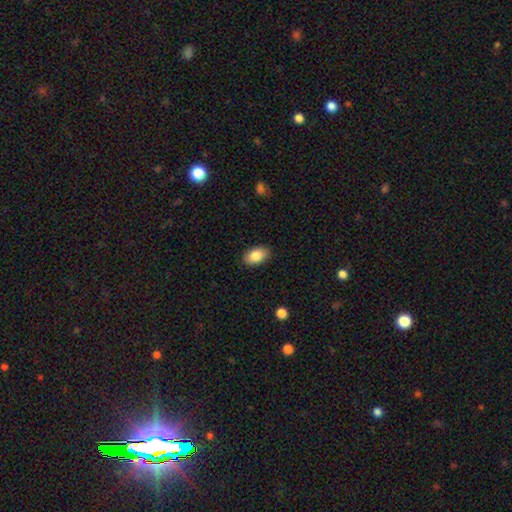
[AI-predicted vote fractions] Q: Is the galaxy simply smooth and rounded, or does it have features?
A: smooth — 85%.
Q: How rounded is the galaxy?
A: in between — 92%.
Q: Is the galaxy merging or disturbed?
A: none — 88%.